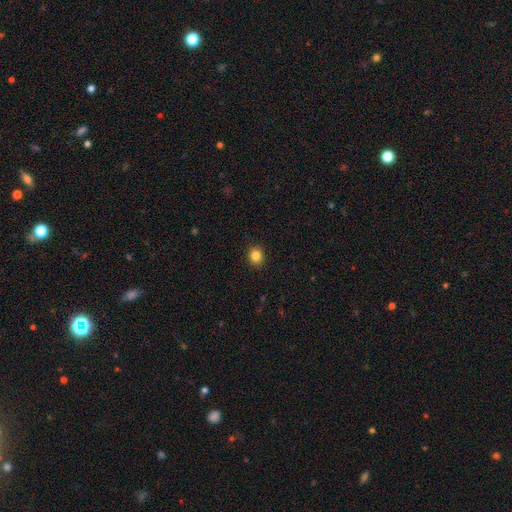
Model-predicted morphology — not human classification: Smooth or featured: smooth — 84% (star or artifact — 11%)
How rounded: round — 76% (in between — 23%)
Merging: none — 92% (minor disturbance — 6%)